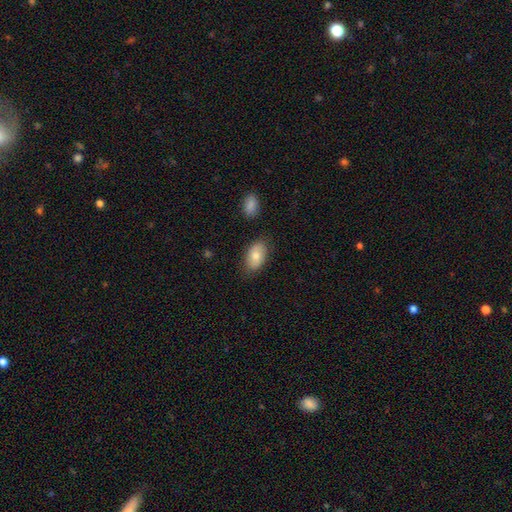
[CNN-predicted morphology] This appears to be a smooth galaxy with no disk features (78%) that is in between round and cigar-shaped (93%). Merging: none (79%).